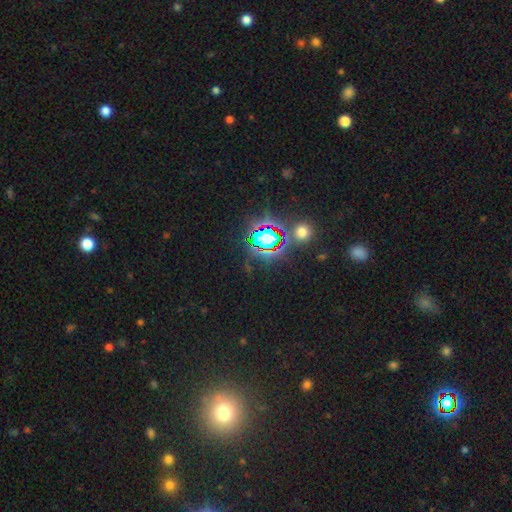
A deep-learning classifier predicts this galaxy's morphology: A star or artifact, not a galaxy (80%).